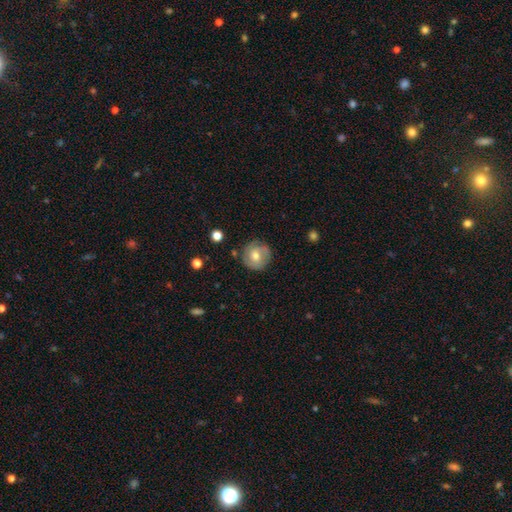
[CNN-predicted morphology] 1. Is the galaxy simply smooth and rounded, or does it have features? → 55% smooth, 38% featured or disk, 8% star or artifact.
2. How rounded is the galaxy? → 91% round, 8% in between, 1% cigar-shaped.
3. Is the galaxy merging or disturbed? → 77% none, 16% minor disturbance, 4% major disturbance, 2% merger.